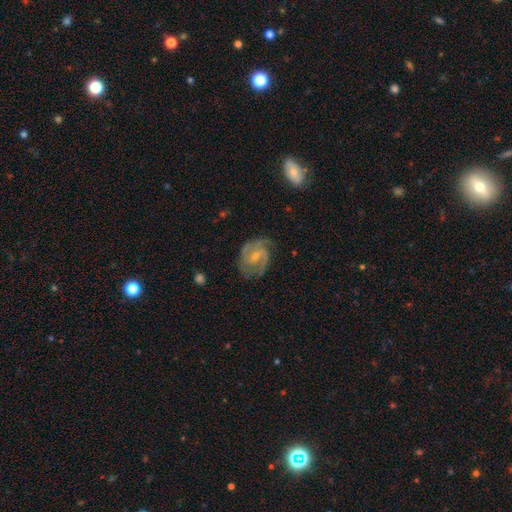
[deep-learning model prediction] This is clearly a featured or disk galaxy (84%). It is clearly not viewed edge-on (98%). Bar: possibly weak (52%). Spiral arm pattern: clearly yes (95%). Spiral arm count: likely 2 (69%). Spiral winding: possibly medium (50%). Central bulge: possibly small (60%). Merging: likely none (69%).